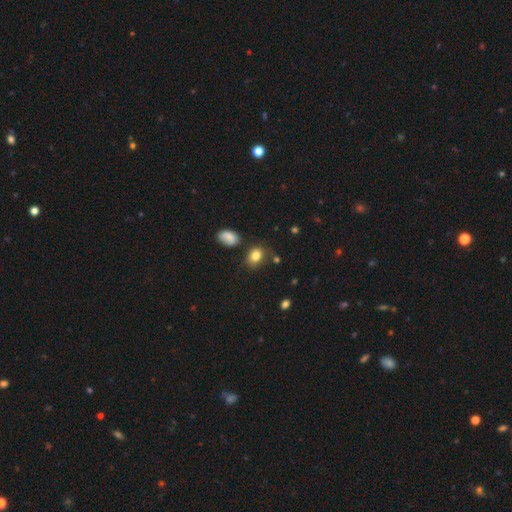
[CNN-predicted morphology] type=smooth (83%); roundness=in between (57%); merging=none (74%).